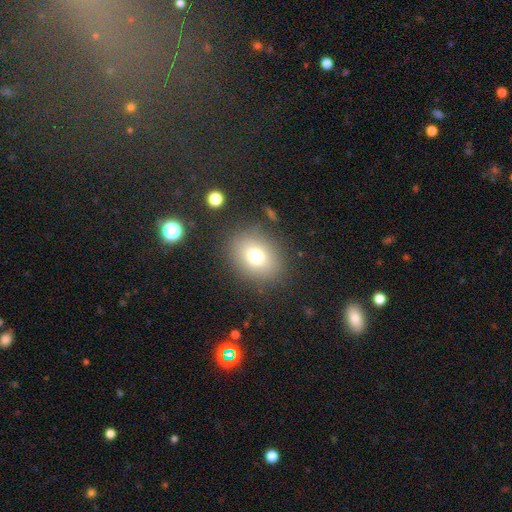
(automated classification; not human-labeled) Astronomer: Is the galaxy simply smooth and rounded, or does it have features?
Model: smooth — 75%.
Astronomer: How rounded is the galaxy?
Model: round — 50% (runner-up: in between, 49%).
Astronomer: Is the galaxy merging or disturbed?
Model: none — 84%.